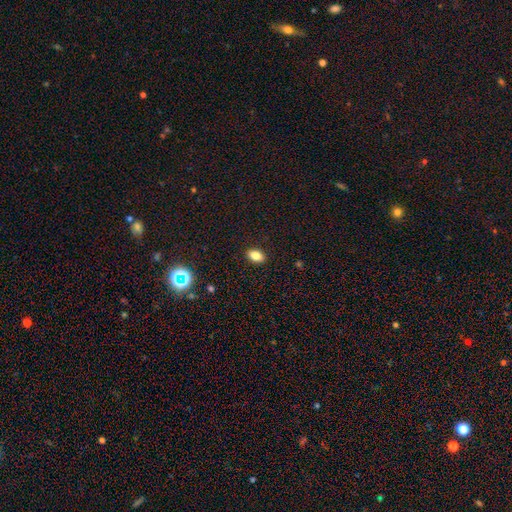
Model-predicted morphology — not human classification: A smooth galaxy with no disk features (81%) that is in between round and cigar-shaped (87%). Merging: none (90%).